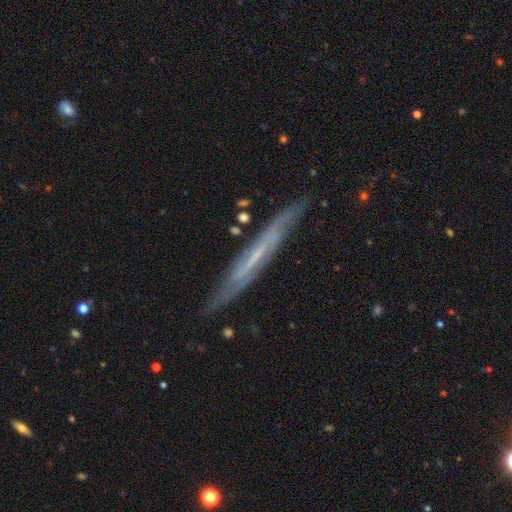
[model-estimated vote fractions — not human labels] Overall: featured or disk (69%). Edge-on disk: yes (78%). Edge-on bulge: none (79%). Merging: none (80%).